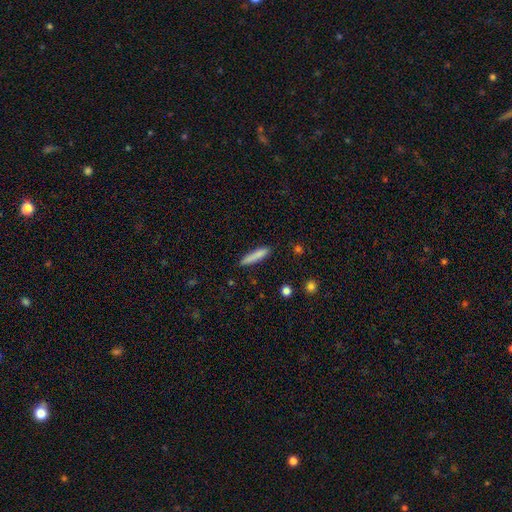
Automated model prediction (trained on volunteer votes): Q: Smooth or featured?
A: smooth (82%); runner-up: featured or disk (11%)
Q: How rounded?
A: cigar-shaped (88%); runner-up: in between (11%)
Q: Merging?
A: none (86%); runner-up: minor disturbance (10%)